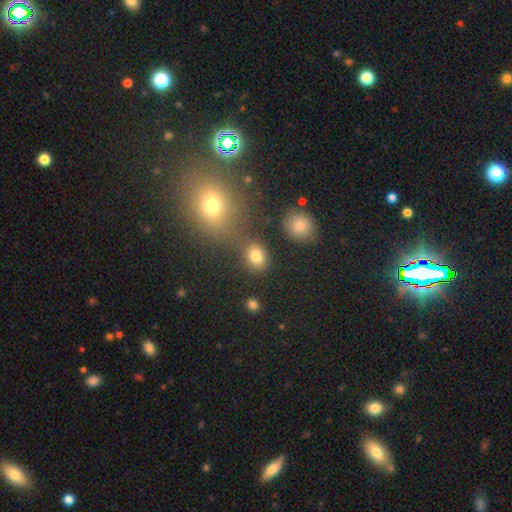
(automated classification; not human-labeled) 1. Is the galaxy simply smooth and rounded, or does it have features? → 79% smooth, 14% star or artifact, 7% featured or disk.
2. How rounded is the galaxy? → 57% in between, 42% round, 2% cigar-shaped.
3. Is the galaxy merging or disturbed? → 75% none, 10% minor disturbance, 10% merger, 4% major disturbance.